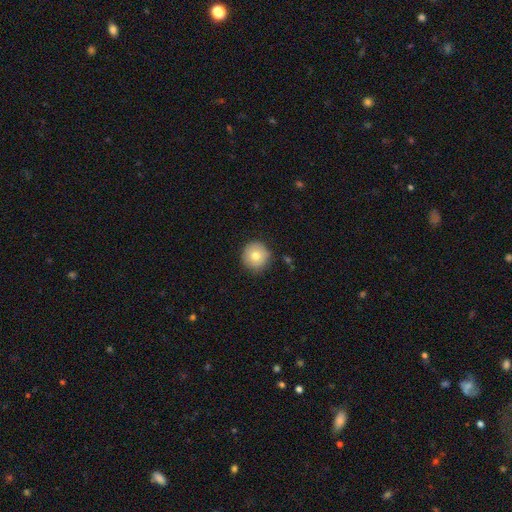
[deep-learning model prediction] Overall: smooth (76%). How rounded: round (96%). Merging: none (86%).